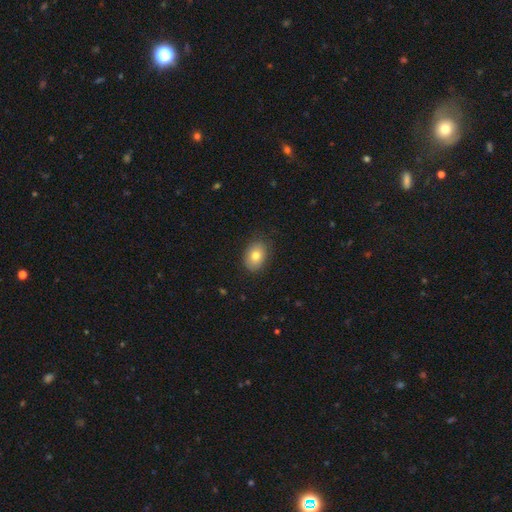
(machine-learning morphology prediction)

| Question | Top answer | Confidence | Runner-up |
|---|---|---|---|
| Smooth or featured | smooth | 77% | featured or disk (14%) |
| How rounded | in between | 72% | round (27%) |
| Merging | none | 83% | minor disturbance (13%) |